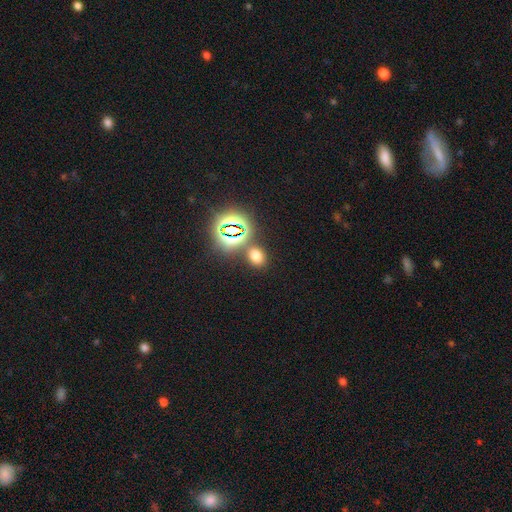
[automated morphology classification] A smooth galaxy with no disk features (63%) that is in between round and cigar-shaped (58%).

Vote fractions:
- Smooth or featured? smooth: 63% / star or artifact: 30% / featured or disk: 6%
- How rounded? in between: 58% / round: 40% / cigar-shaped: 2%
- Merging? none: 78% / merger: 10% / minor disturbance: 9% / major disturbance: 3%